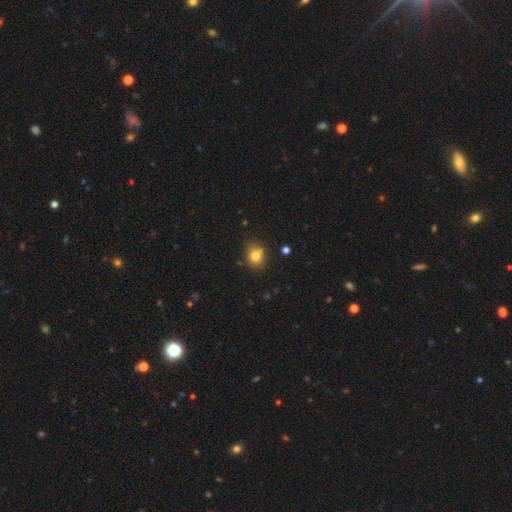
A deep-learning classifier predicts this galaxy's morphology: Q: Smooth or featured?
A: smooth (79%); runner-up: star or artifact (11%)
Q: How rounded?
A: round (54%); runner-up: in between (45%)
Q: Merging?
A: none (67%); runner-up: minor disturbance (21%)